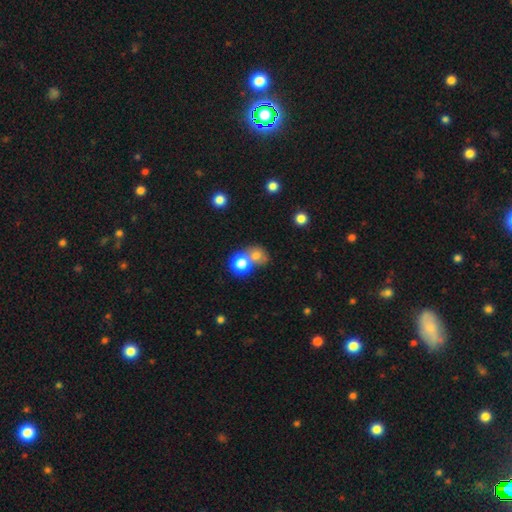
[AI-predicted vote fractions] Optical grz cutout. It shows a smooth galaxy with no disk features (73%) that is round (73%). Merging: merger (50%).